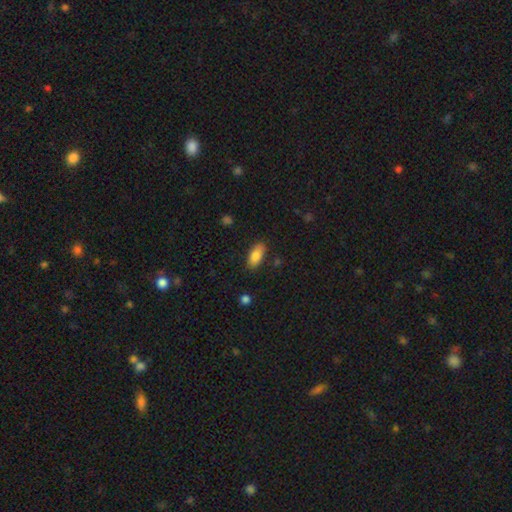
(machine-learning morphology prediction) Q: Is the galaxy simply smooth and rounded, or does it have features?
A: smooth — 84%.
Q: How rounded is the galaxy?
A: in between — 85%.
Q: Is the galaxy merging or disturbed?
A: none — 82%.